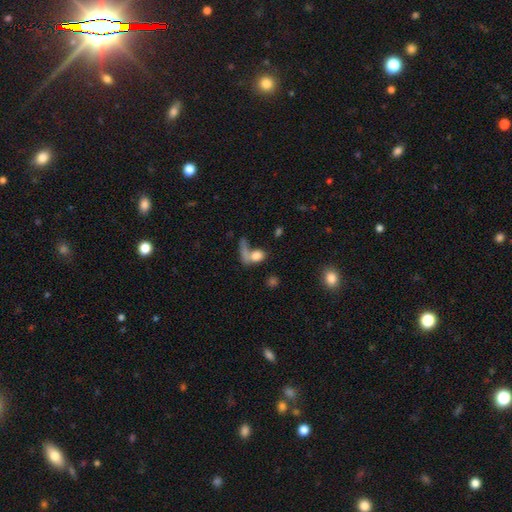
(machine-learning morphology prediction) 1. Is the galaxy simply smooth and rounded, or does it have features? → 77% smooth, 12% featured or disk, 11% star or artifact.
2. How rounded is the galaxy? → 58% in between, 36% round, 6% cigar-shaped.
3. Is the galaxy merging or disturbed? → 37% merger, 35% none, 17% major disturbance, 12% minor disturbance.